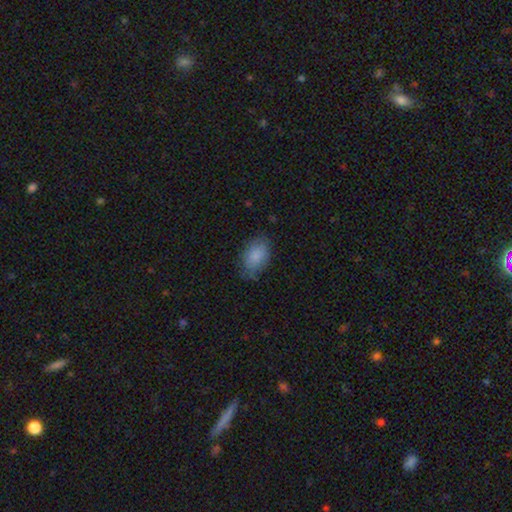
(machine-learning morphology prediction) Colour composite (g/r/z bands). It shows a smooth galaxy with no disk features (85%) that is in between round and cigar-shaped (89%). Merging: none (70%).